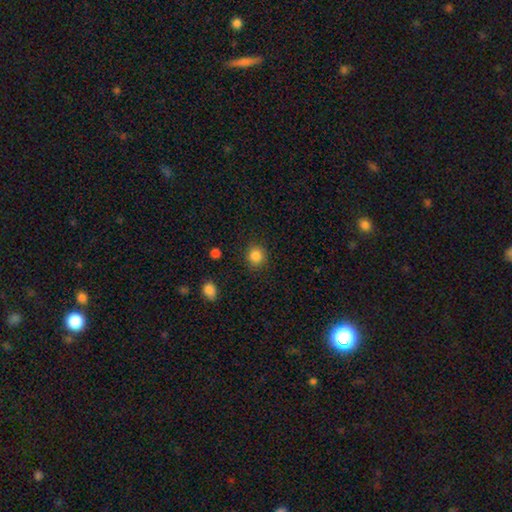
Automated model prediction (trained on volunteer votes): Smooth or featured? Predicted: smooth (p=0.87). How rounded? Predicted: round (p=0.88). Merging? Predicted: none (p=0.88).